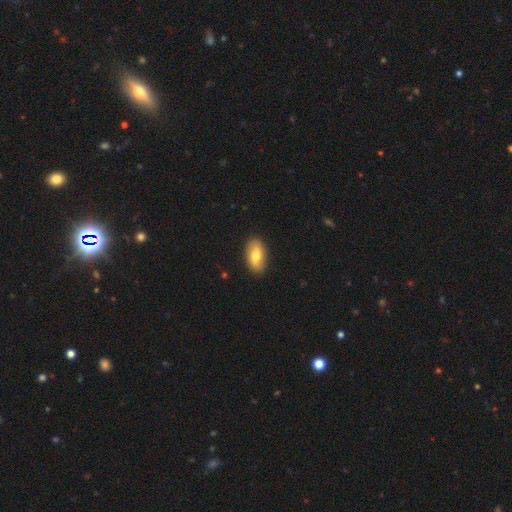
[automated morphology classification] type=smooth (73%); roundness=in between (92%); merging=none (88%).